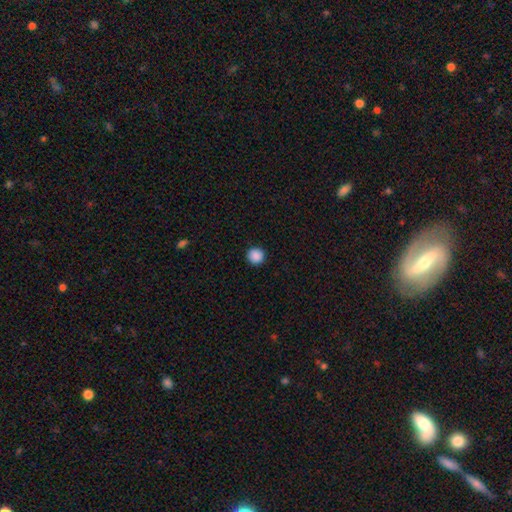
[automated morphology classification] Smooth or featured: smooth — 89% (star or artifact — 9%)
How rounded: round — 95% (in between — 4%)
Merging: none — 93% (minor disturbance — 4%)